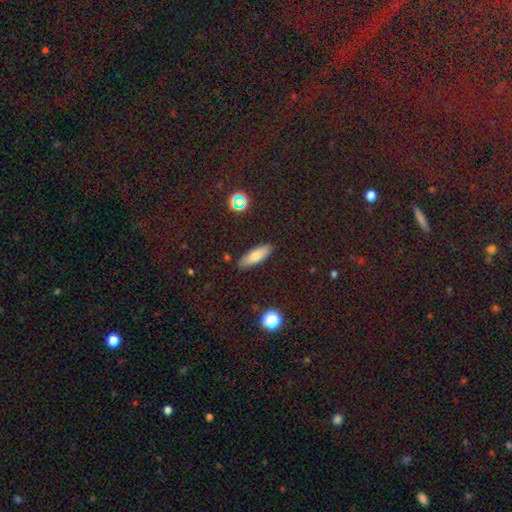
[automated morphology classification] smooth_or_featured: smooth (p=0.70) [alt: featured or disk p=0.18]
how_rounded: in between (p=0.51) [alt: cigar-shaped p=0.45]
merging: none (p=0.89) [alt: minor disturbance p=0.08]